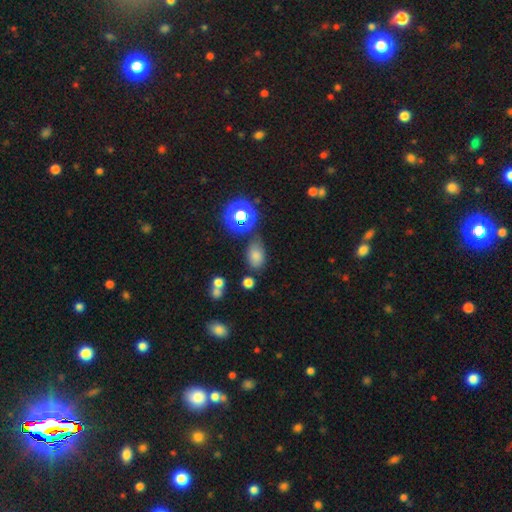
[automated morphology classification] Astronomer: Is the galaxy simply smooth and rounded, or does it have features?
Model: smooth — 74%.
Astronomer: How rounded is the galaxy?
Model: in between — 81%.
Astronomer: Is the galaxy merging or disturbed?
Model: none — 65%.